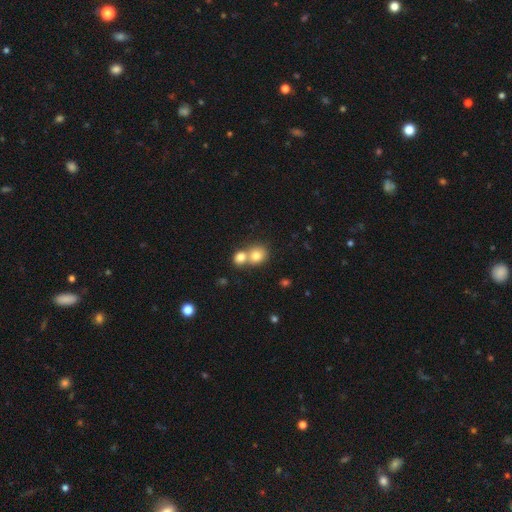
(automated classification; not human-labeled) Q: Smooth or featured?
A: smooth (78%); runner-up: featured or disk (11%)
Q: How rounded?
A: round (74%); runner-up: in between (25%)
Q: Merging?
A: merger (60%); runner-up: none (33%)